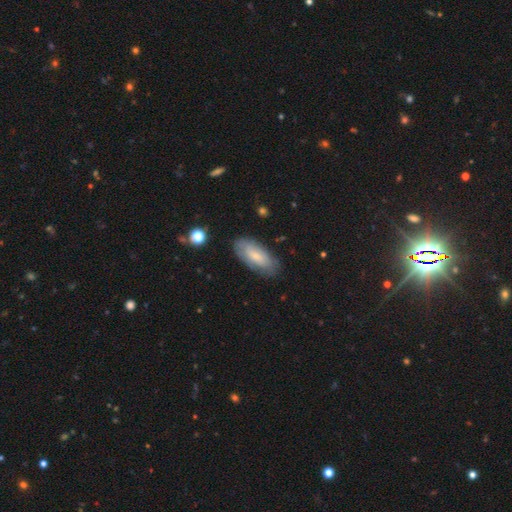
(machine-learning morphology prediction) Overall: smooth (61%; featured or disk 32%). How rounded: in between (83%). Merging: none (77%).